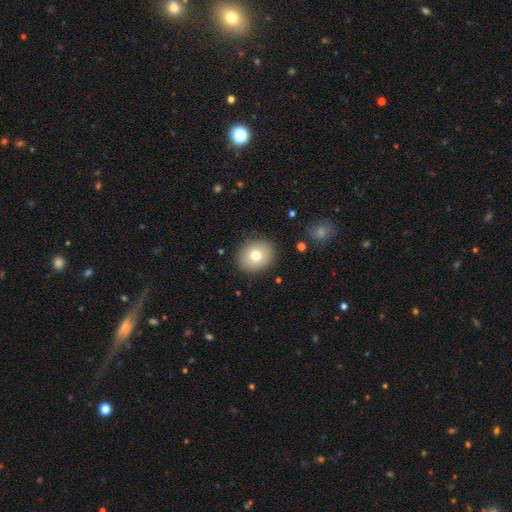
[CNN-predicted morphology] The model was most divided on "how rounded": round: 67%, in between: 32%, cigar-shaped: 1%. More confident: merging — none (87%); smooth or featured — smooth (74%).